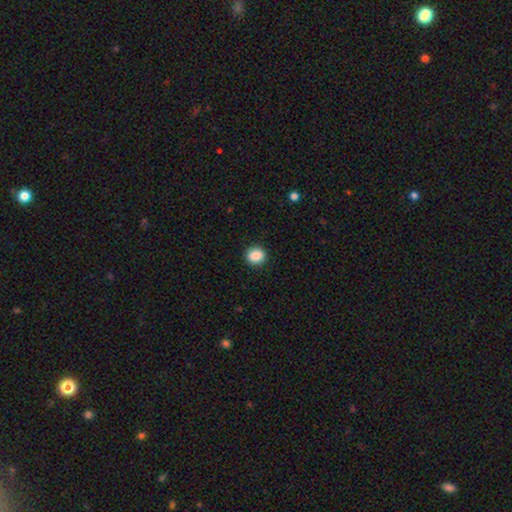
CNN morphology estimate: Smooth or featured? smooth (88%)
How rounded? round (78%)
Merging? none (91%)